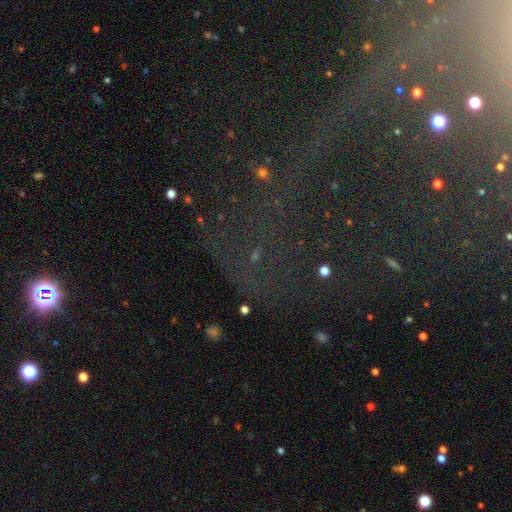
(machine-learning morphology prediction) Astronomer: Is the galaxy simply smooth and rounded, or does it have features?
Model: star or artifact — 73%.